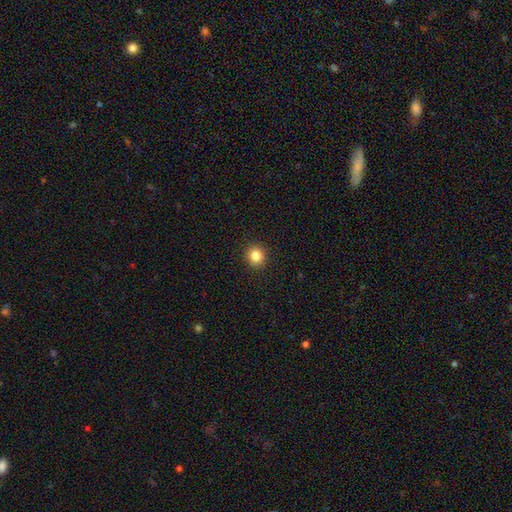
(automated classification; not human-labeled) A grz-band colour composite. It shows a smooth galaxy with no disk features (84%) that is round (90%). Merging: none (93%).